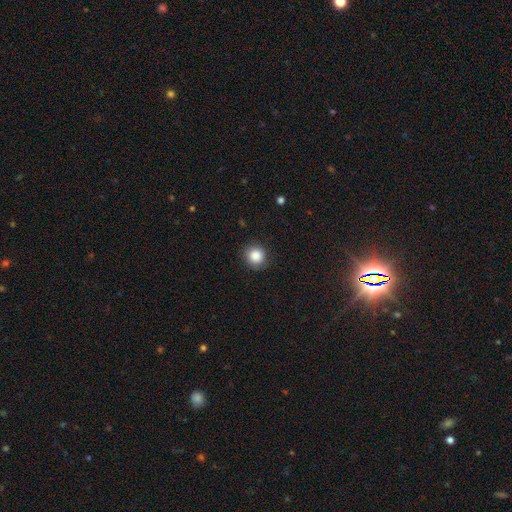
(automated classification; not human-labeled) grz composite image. It shows a smooth galaxy with no disk features (86%) that is round (90%). Merging: none (87%).